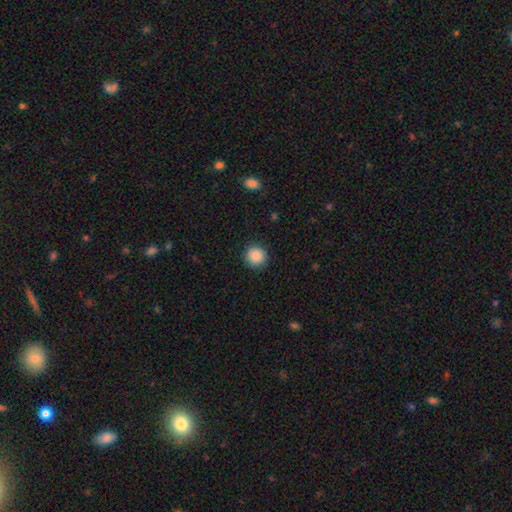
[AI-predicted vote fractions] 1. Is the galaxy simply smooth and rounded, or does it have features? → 89% smooth, 9% star or artifact, 3% featured or disk.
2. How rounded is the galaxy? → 94% round, 5% in between, 1% cigar-shaped.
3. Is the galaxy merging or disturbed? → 91% none, 6% minor disturbance, 2% major disturbance, 1% merger.